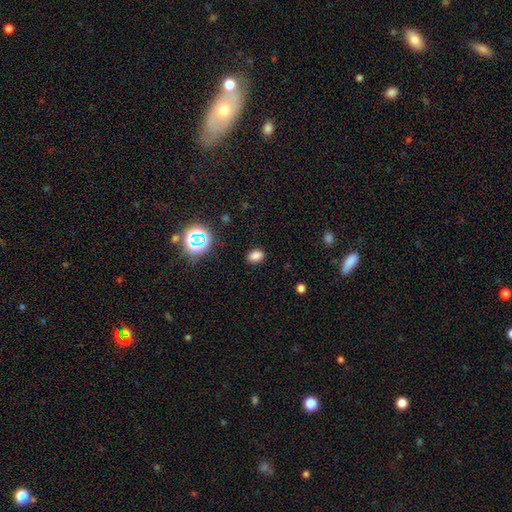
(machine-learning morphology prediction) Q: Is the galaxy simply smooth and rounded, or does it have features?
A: smooth — 78%.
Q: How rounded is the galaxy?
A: in between — 68%.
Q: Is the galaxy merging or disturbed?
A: none — 86%.